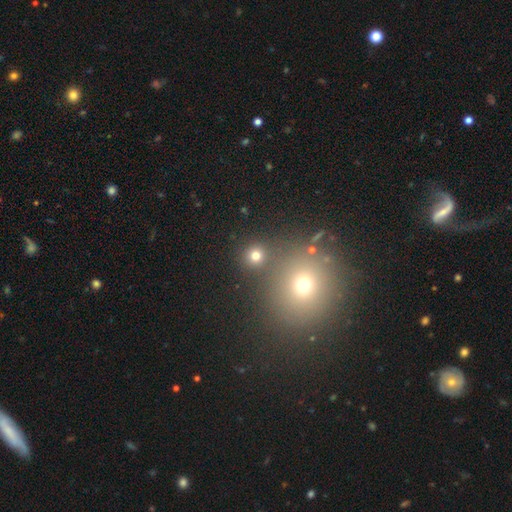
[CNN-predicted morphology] This appears to be a smooth galaxy with no disk features (75%) that is round (91%). Merging: none (80%).